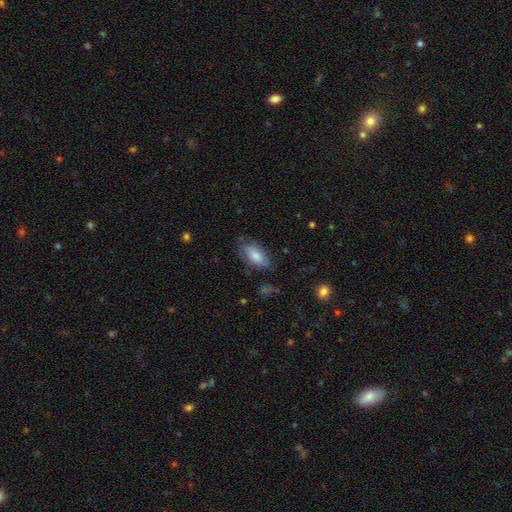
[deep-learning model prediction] smooth-or-featured: smooth: 78% | featured or disk: 15% | star or artifact: 6%
  how-rounded: in between: 90% | cigar-shaped: 8% | round: 3%
  merging: none: 68% | minor disturbance: 23% | major disturbance: 7% | merger: 2%